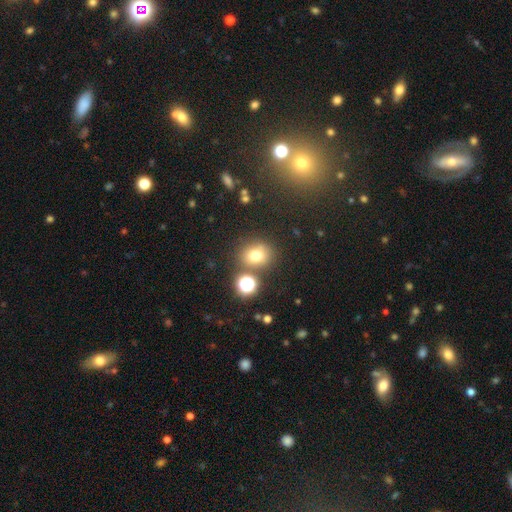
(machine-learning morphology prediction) smooth 71%, star or artifact 18%, featured or disk 10%. Down the decision tree: how rounded — round (69%); merging — none (74%).